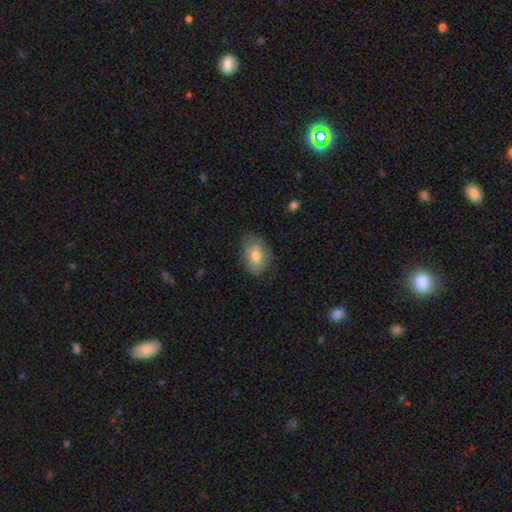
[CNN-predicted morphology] Smooth or featured?
  - smooth: 77% *
  - featured or disk: 16%
  - star or artifact: 7%
How rounded?
  - in between: 74% *
  - round: 25%
  - cigar-shaped: 1%
Merging?
  - none: 75% *
  - minor disturbance: 20%
  - major disturbance: 4%
  - merger: 1%